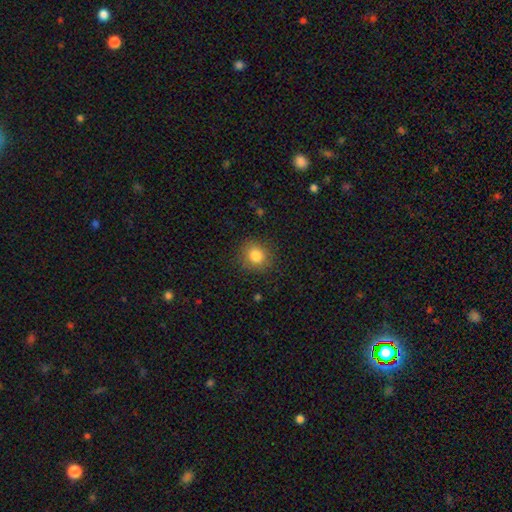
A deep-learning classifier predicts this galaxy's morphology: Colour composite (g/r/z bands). It shows a smooth galaxy with no disk features (83%) that is round (83%). Merging: none (86%).